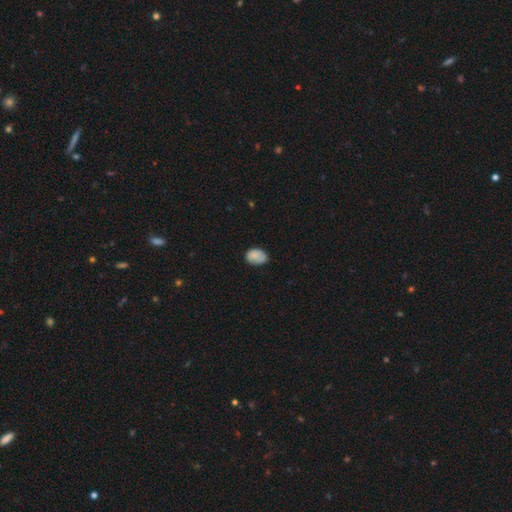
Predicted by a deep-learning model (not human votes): Q: Smooth or featured?
A: smooth (81%); runner-up: featured or disk (11%)
Q: How rounded?
A: in between (79%); runner-up: round (20%)
Q: Merging?
A: none (67%); runner-up: minor disturbance (26%)